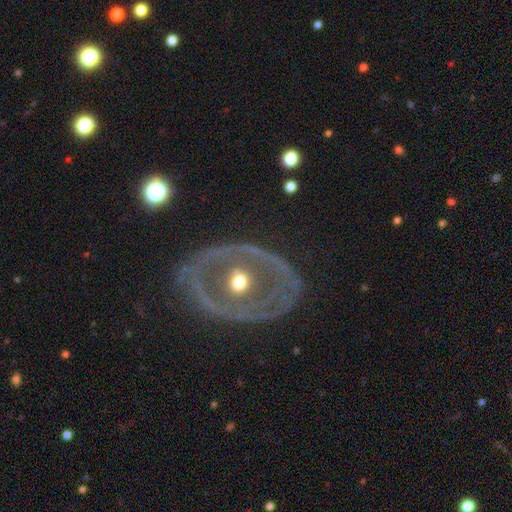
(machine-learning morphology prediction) Smooth or featured?
  - featured or disk: 77% *
  - smooth: 17%
  - star or artifact: 6%
Edge-on disk?
  - no: 92% *
  - yes: 8%
Bar?
  - no: 76% *
  - weak: 14%
  - strong: 10%
Spiral arms?
  - no: 78% *
  - yes: 22%
Bulge size?
  - moderate: 73% *
  - small: 19%
  - large: 5%
  - dominant: 1%
  - none: 1%
Merging?
  - none: 77% *
  - minor disturbance: 14%
  - major disturbance: 8%
  - merger: 2%